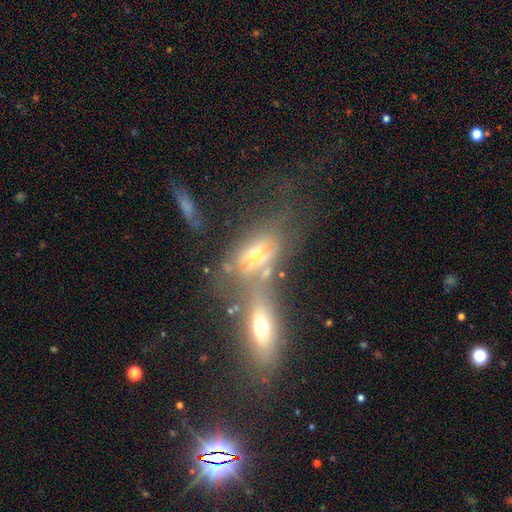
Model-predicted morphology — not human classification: Smooth or featured? Predicted: featured or disk (p=0.50). Merging? Predicted: merger (p=0.51).